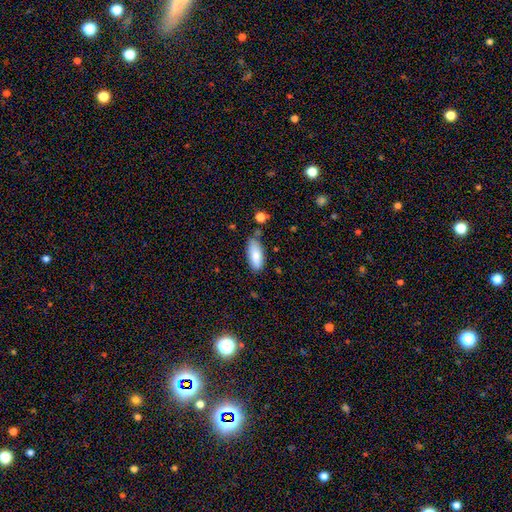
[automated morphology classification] A smooth galaxy with no disk features (83%) that is in between round and cigar-shaped (80%).

Vote fractions:
- Smooth or featured? smooth: 83% / featured or disk: 11% / star or artifact: 7%
- How rounded? in between: 80% / cigar-shaped: 18% / round: 2%
- Merging? none: 75% / minor disturbance: 18% / merger: 5% / major disturbance: 3%